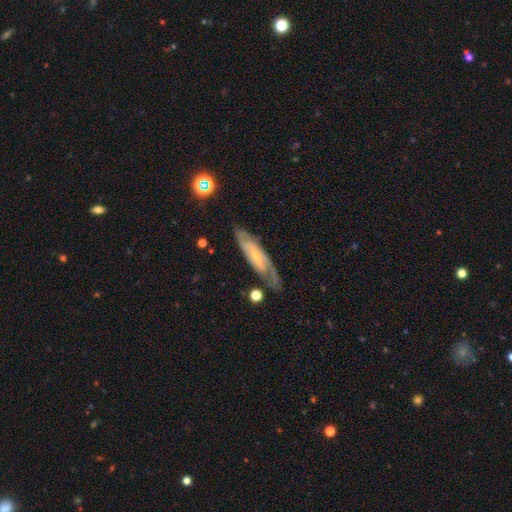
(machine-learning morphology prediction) This appears to be a featured or disk galaxy (72%) with no bar (59%), spiral arms (88%) and a small central bulge (75%). Merging: none (71%).